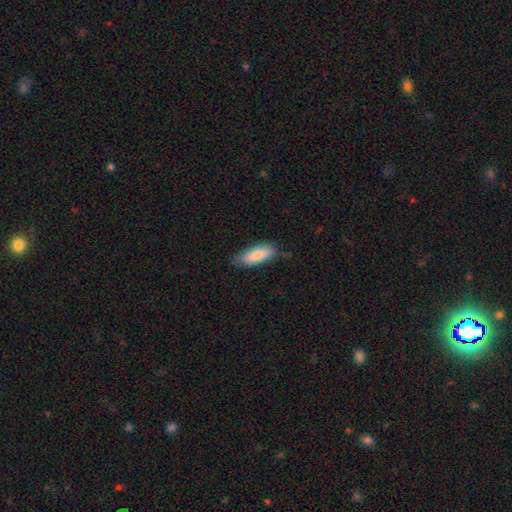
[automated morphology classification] A smooth galaxy with no disk features (85%) that is in between round and cigar-shaped (69%).

Vote fractions:
- Smooth or featured? smooth: 85% / featured or disk: 9% / star or artifact: 6%
- How rounded? in between: 69% / cigar-shaped: 30% / round: 2%
- Merging? none: 77% / minor disturbance: 19% / major disturbance: 3% / merger: 1%